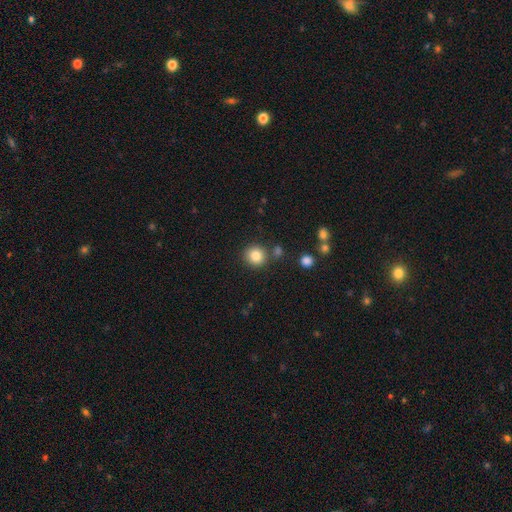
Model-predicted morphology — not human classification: smooth 84%, star or artifact 10%, featured or disk 6%. Down the decision tree: how rounded — round (90%); merging — none (81%).